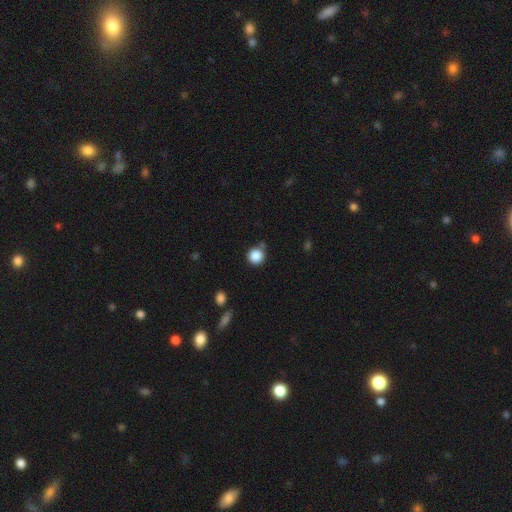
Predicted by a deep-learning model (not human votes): A smooth galaxy with no disk features (86%) that is round (94%).

Vote fractions:
- Smooth or featured? smooth: 86% / star or artifact: 10% / featured or disk: 4%
- How rounded? round: 94% / in between: 5% / cigar-shaped: 1%
- Merging? none: 78% / minor disturbance: 12% / merger: 6% / major disturbance: 3%